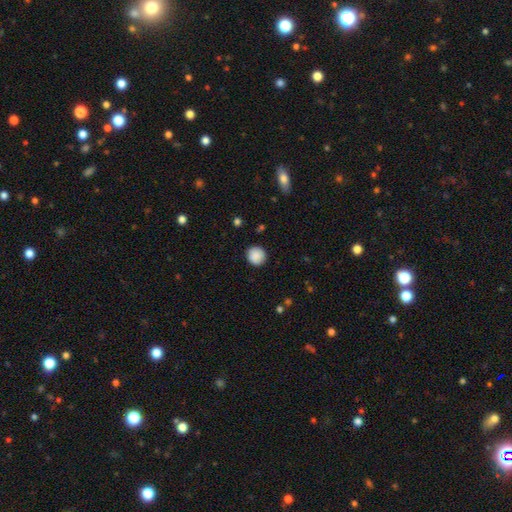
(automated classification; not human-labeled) The model was most divided on "smooth or featured": smooth: 88%, star or artifact: 8%, featured or disk: 4%. More confident: how rounded — round (92%); merging — none (89%).